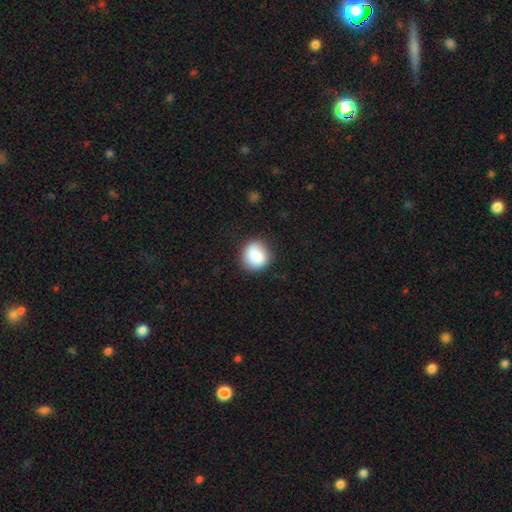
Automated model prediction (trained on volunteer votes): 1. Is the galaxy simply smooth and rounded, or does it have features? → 84% smooth, 9% featured or disk, 8% star or artifact.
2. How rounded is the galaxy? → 85% round, 14% in between, 1% cigar-shaped.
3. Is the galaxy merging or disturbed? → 81% none, 14% minor disturbance, 4% major disturbance, 2% merger.